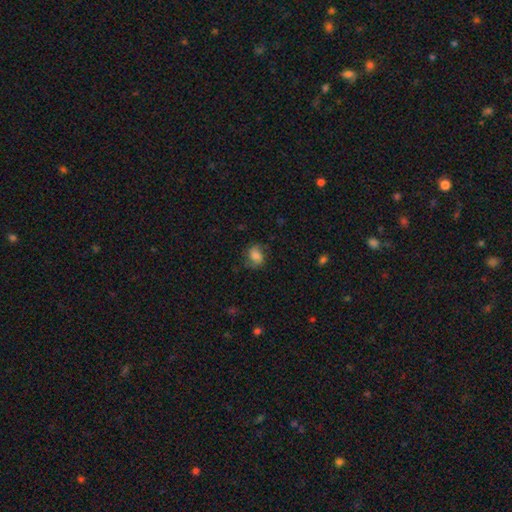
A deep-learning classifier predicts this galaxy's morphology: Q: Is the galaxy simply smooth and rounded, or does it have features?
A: smooth — 61%.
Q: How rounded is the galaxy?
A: round — 51%.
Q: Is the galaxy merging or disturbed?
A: none — 67%.